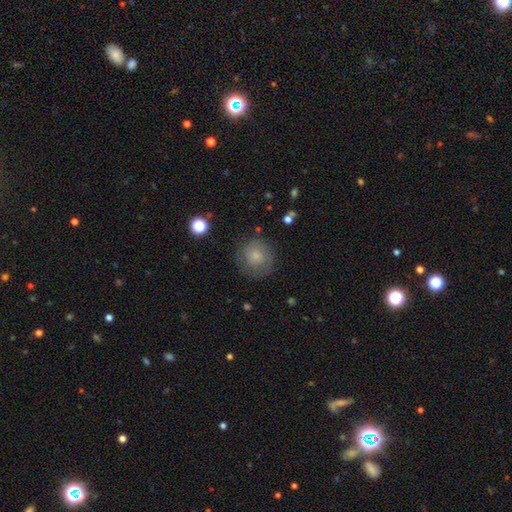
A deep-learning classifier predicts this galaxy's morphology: A smooth galaxy with no disk features (64%) that is round (91%). Merging: none (74%).